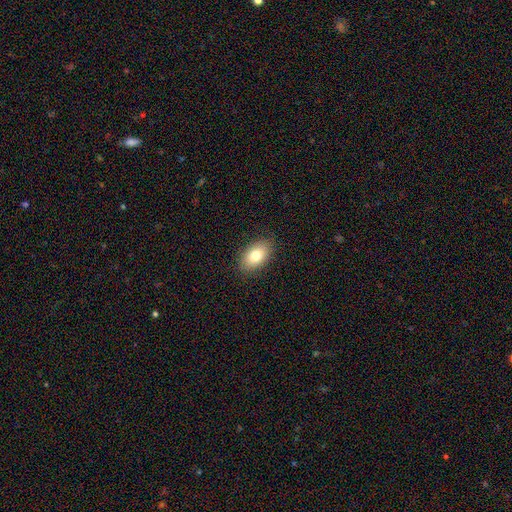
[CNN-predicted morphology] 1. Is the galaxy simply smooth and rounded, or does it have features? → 78% smooth, 14% featured or disk, 8% star or artifact.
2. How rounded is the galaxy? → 91% in between, 7% round, 2% cigar-shaped.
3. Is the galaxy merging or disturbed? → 87% none, 9% minor disturbance, 2% major disturbance, 1% merger.